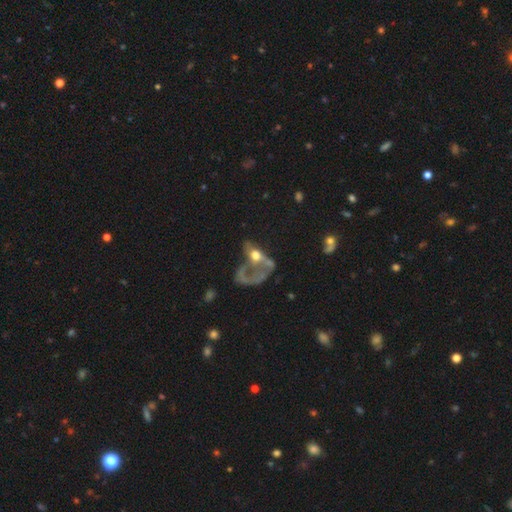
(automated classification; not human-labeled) smooth-or-featured: featured or disk: 56% | smooth: 33% | star or artifact: 11%
  disk-edge-on: no: 93% | yes: 7%
    bar: no: 87% | weak: 10% | strong: 3%
    has-spiral-arms: no: 79% | yes: 21%
    bulge-size: moderate: 52% | small: 17% | large: 17% | none: 10% | dominant: 4%
  merging: major disturbance: 57% | merger: 19% | none: 15% | minor disturbance: 9%